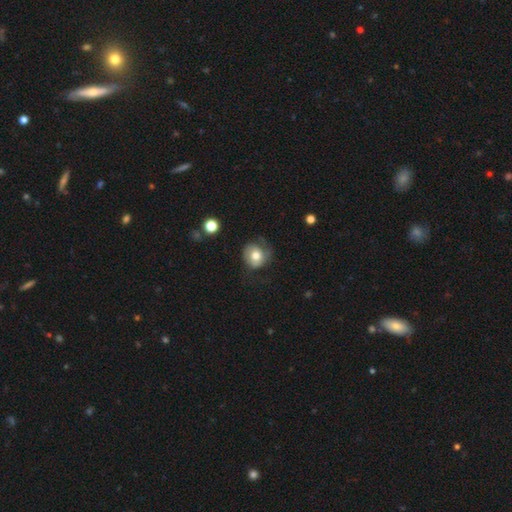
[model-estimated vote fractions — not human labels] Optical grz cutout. It shows a smooth galaxy with no disk features (64%) that is round (78%). Merging: none (49%).